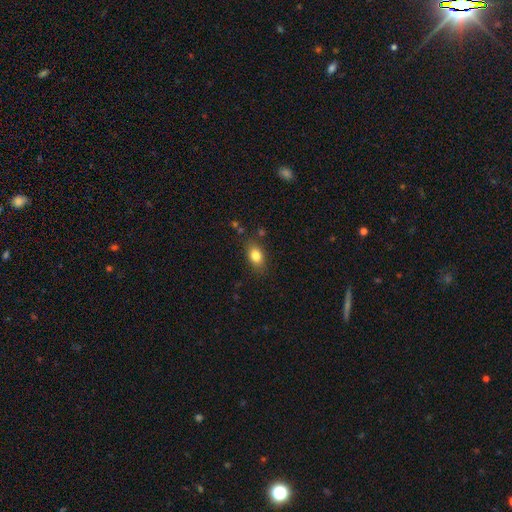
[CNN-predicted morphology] Smooth or featured: smooth — 82% (star or artifact — 9%)
How rounded: in between — 80% (round — 17%)
Merging: none — 82% (minor disturbance — 13%)